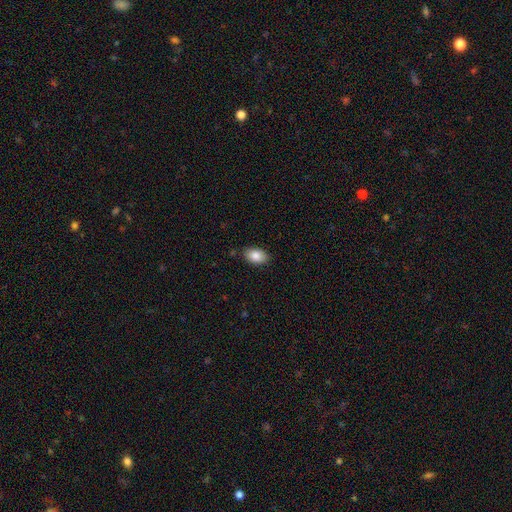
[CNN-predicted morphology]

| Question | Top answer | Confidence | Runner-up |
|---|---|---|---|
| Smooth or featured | smooth | 86% | star or artifact (7%) |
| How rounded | in between | 91% | round (7%) |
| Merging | none | 86% | minor disturbance (11%) |